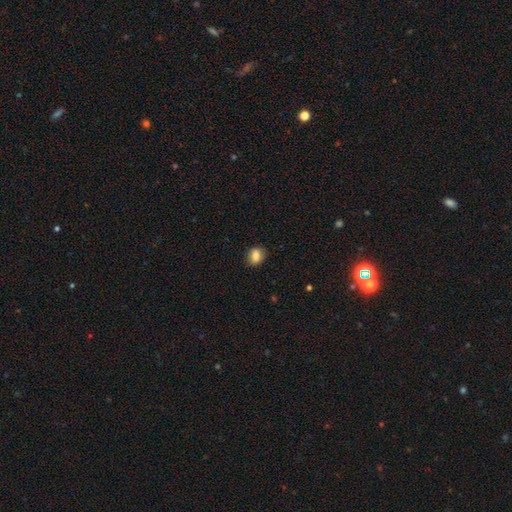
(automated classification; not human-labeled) Smooth or featured: smooth — 83% (star or artifact — 9%)
How rounded: in between — 53% (round — 46%)
Merging: none — 86% (minor disturbance — 11%)